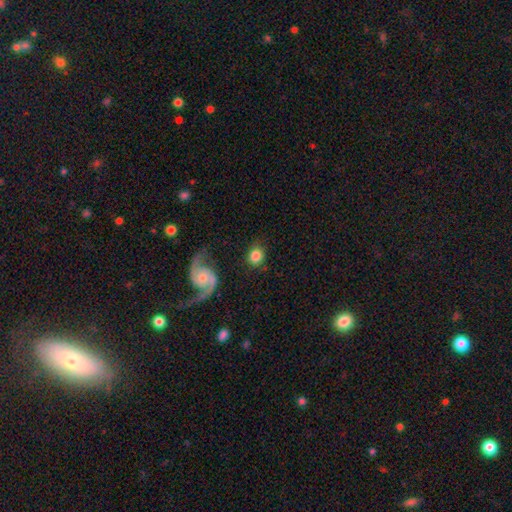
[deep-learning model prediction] Smooth or featured: smooth — 74% (featured or disk — 19%)
How rounded: round — 77% (in between — 22%)
Merging: none — 76% (minor disturbance — 13%)